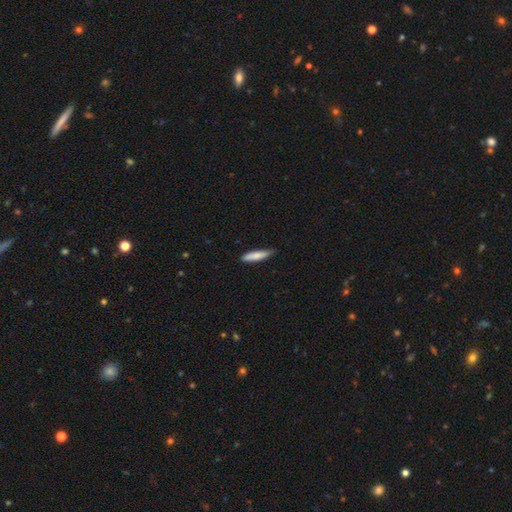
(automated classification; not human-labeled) A smooth galaxy with no disk features (81%) that is cigar-shaped (84%). Merging: none (75%).